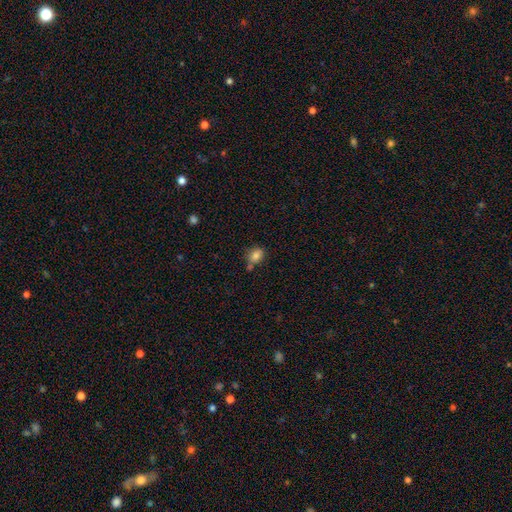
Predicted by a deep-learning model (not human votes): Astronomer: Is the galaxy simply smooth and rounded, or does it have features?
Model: smooth — 82%.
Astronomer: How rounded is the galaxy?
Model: in between — 62%.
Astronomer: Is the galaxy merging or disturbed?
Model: none — 60%.